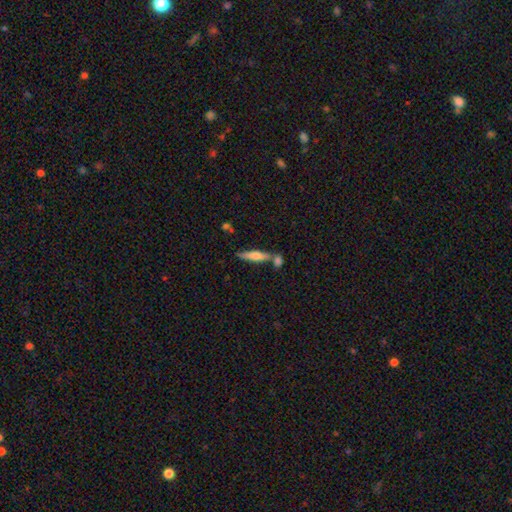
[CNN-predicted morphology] Overall: smooth (63%; featured or disk 31%). How rounded: cigar-shaped (80%). Merging: none (59%; merger 26%).